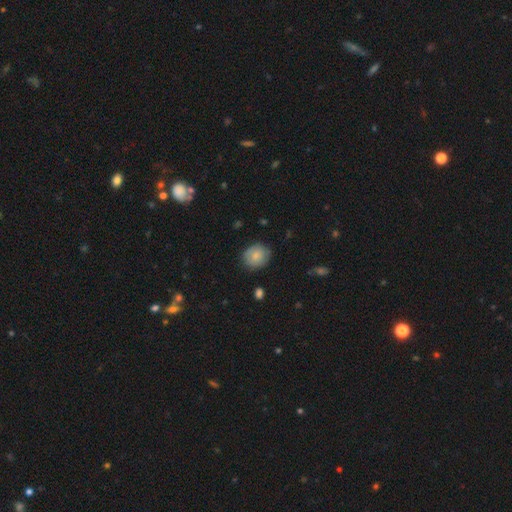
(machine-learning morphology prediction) Smooth or featured? smooth (77%)
How rounded? round (70%)
Merging? none (80%)